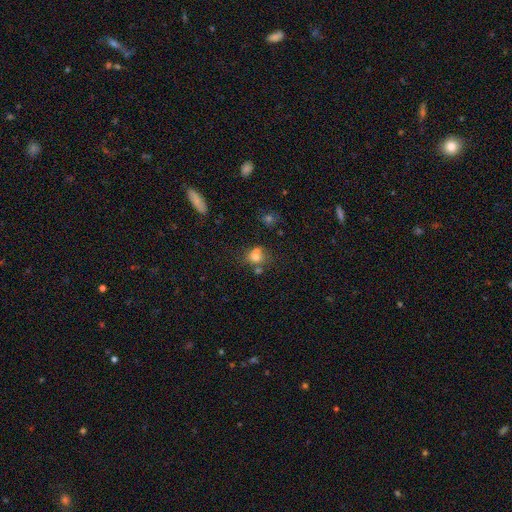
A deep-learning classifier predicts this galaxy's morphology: Overall: smooth (68%). How rounded: round (63%; in between 35%). Merging: none (42%; merger 36%).